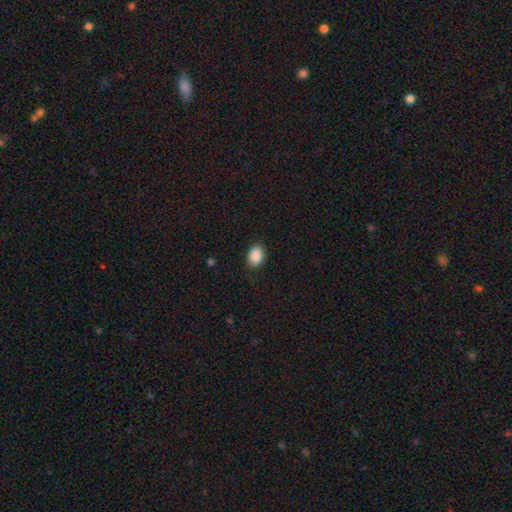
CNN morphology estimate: smooth 90%, star or artifact 8%, featured or disk 3%. Down the decision tree: how rounded — in between (75%); merging — none (87%).